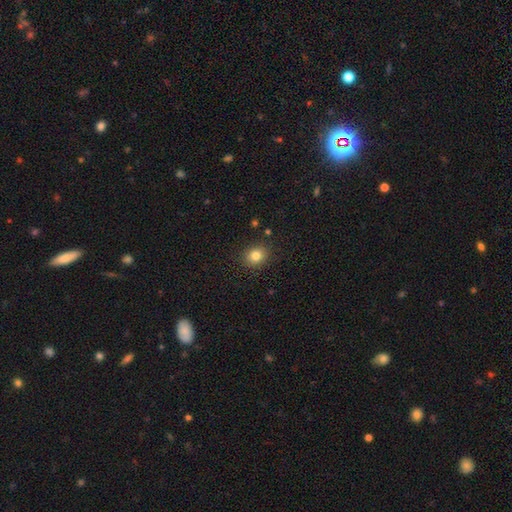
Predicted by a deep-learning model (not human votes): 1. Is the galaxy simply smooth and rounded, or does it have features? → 82% smooth, 11% star or artifact, 7% featured or disk.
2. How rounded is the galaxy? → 69% round, 30% in between, 1% cigar-shaped.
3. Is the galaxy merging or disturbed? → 88% none, 8% minor disturbance, 2% major disturbance, 2% merger.